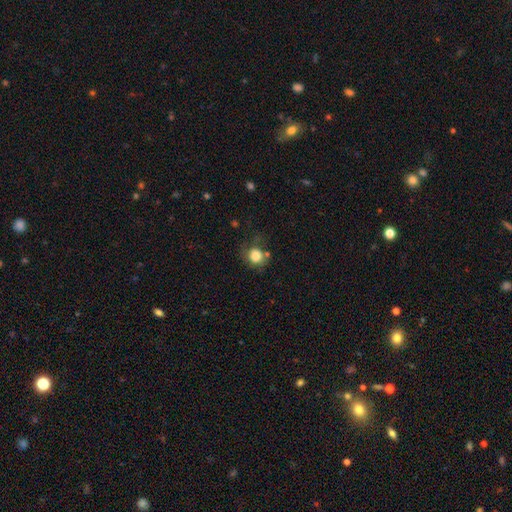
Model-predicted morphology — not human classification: Smooth or featured?
  - smooth: 80% *
  - star or artifact: 10%
  - featured or disk: 10%
How rounded?
  - round: 80% *
  - in between: 19%
  - cigar-shaped: 1%
Merging?
  - none: 57% *
  - minor disturbance: 23%
  - major disturbance: 12%
  - merger: 7%